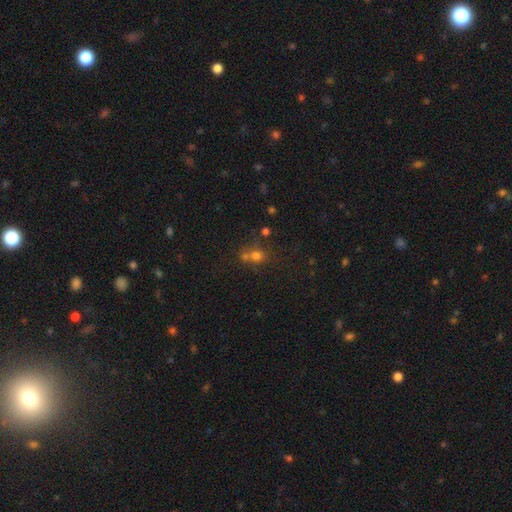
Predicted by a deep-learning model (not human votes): The model was most divided on "merging": none: 49%, merger: 35%, minor disturbance: 10%, major disturbance: 5%. More confident: how rounded — round (78%); smooth or featured — smooth (65%).